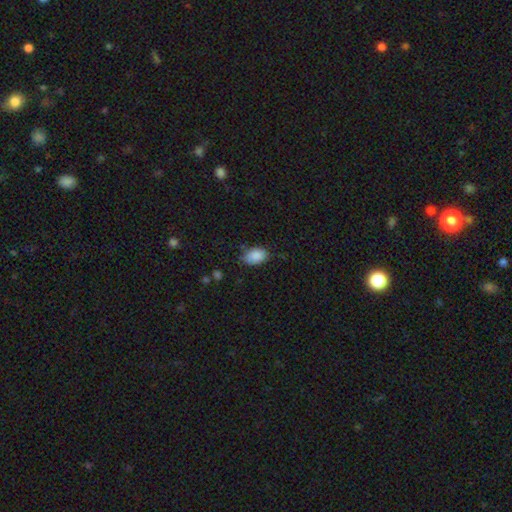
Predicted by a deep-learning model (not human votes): The model was most divided on "merging": none: 72%, minor disturbance: 22%, major disturbance: 4%, merger: 2%. More confident: smooth or featured — smooth (88%); how rounded — in between (86%).